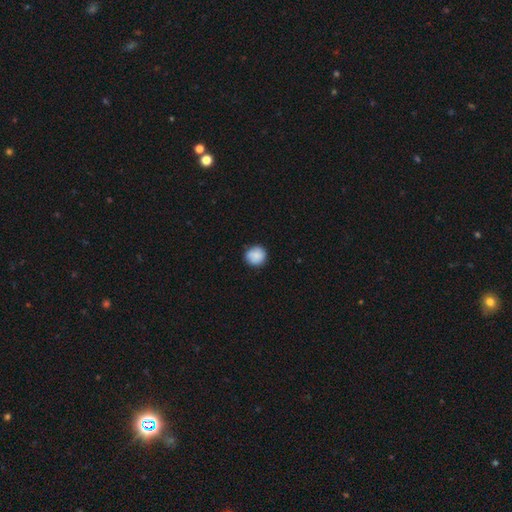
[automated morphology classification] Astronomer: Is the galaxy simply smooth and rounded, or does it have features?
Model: smooth — 85%.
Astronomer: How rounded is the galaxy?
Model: round — 92%.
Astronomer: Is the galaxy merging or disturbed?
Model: none — 83%.